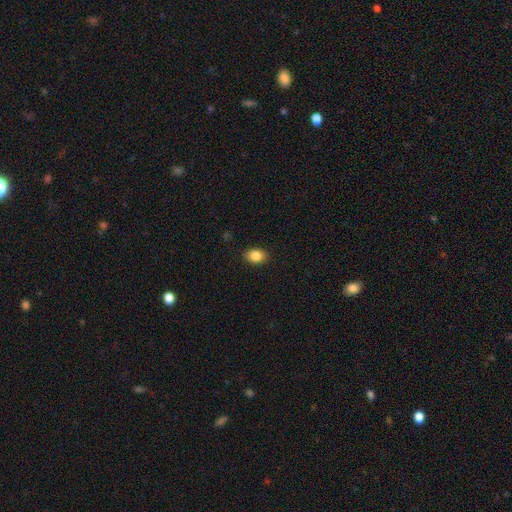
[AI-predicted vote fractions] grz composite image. It shows a smooth galaxy with no disk features (86%) that is in between round and cigar-shaped (76%). Merging: none (88%).